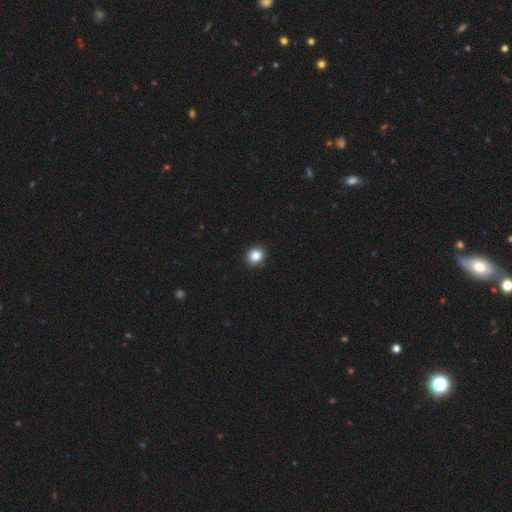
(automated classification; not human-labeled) smooth_or_featured: smooth (p=0.84) [alt: star or artifact p=0.11]
how_rounded: round (p=0.77) [alt: in between p=0.22]
merging: none (p=0.92) [alt: minor disturbance p=0.06]